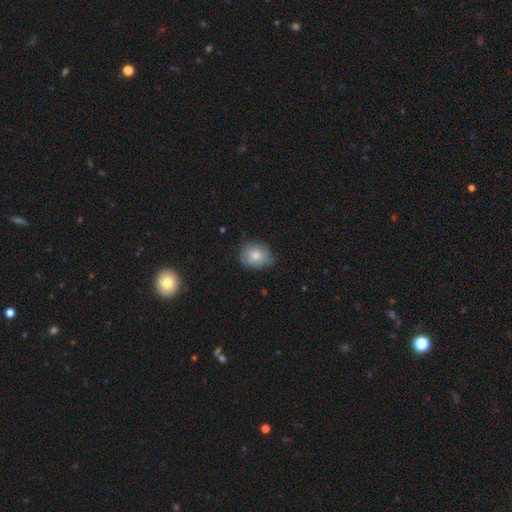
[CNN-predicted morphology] This is likely a smooth galaxy (76%). How rounded: likely round (62%). Merging: likely none (64%).